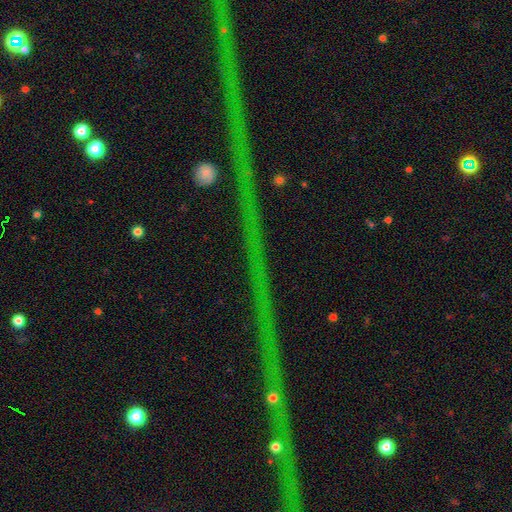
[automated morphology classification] Overall: star or artifact (70%).